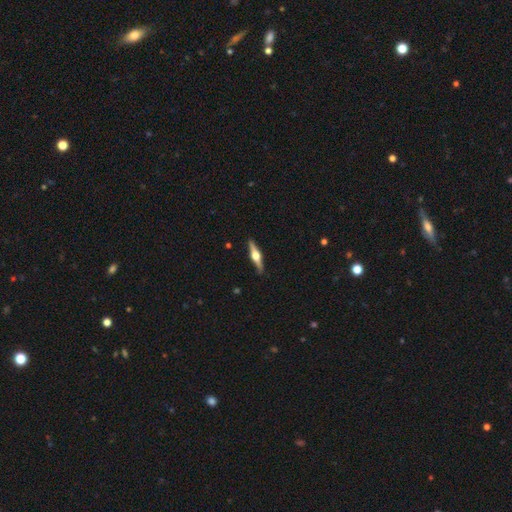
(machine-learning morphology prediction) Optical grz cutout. It shows a featured or disk galaxy (75%) viewed edge-on (98%) with a rounded central bulge (95%). Merging: none (90%).